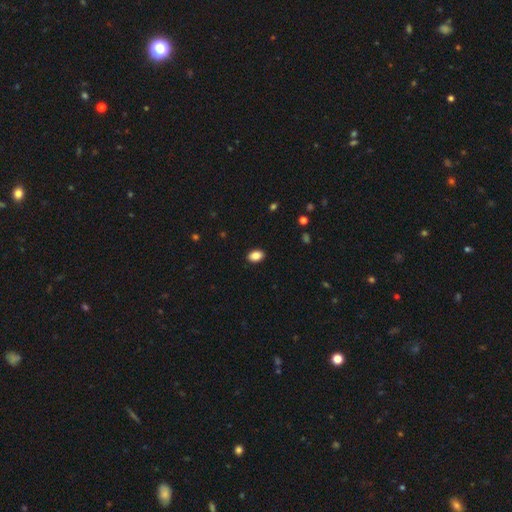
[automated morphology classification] smooth-or-featured: smooth: 87% | star or artifact: 8% | featured or disk: 5%
  how-rounded: in between: 85% | round: 14% | cigar-shaped: 1%
  merging: none: 90% | minor disturbance: 7% | major disturbance: 2% | merger: 1%